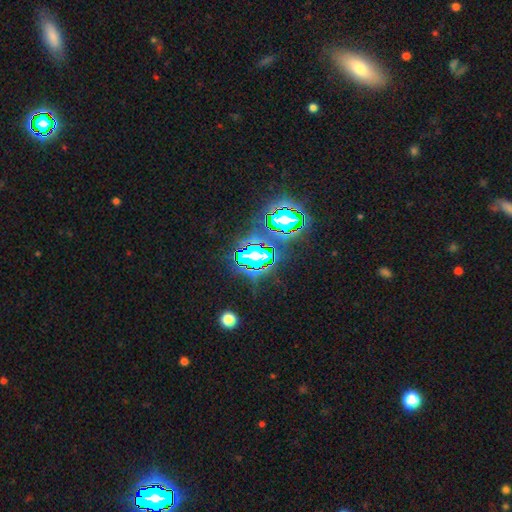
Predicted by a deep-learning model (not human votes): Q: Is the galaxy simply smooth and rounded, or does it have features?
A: star or artifact — 76%.